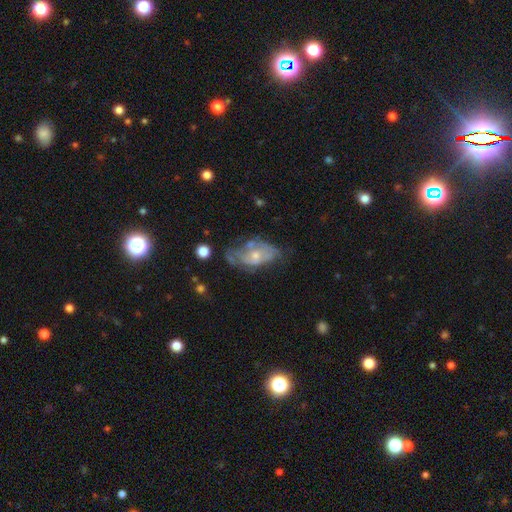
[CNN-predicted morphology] Q: Smooth or featured?
A: featured or disk (63%); runner-up: smooth (29%)
Q: Edge-on disk?
A: no (94%); runner-up: yes (6%)
Q: Bar?
A: no (78%); runner-up: weak (19%)
Q: Spiral arms?
A: yes (59%); runner-up: no (41%)
Q: Bulge size?
A: small (49%); runner-up: moderate (44%)
Q: Merging?
A: none (37%); runner-up: minor disturbance (31%)